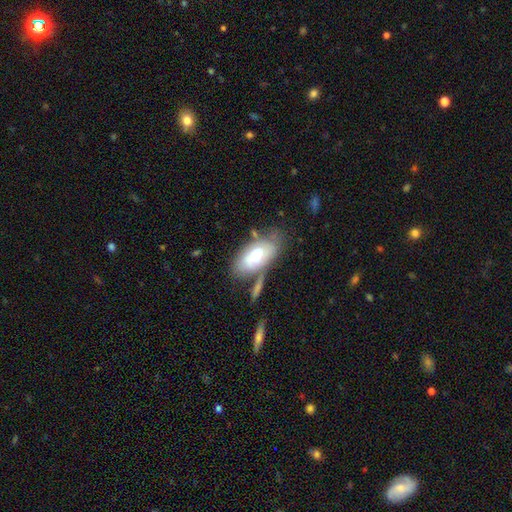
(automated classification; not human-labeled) Morphology: type=smooth (59%); roundness=in between (91%); merging=none (52%).